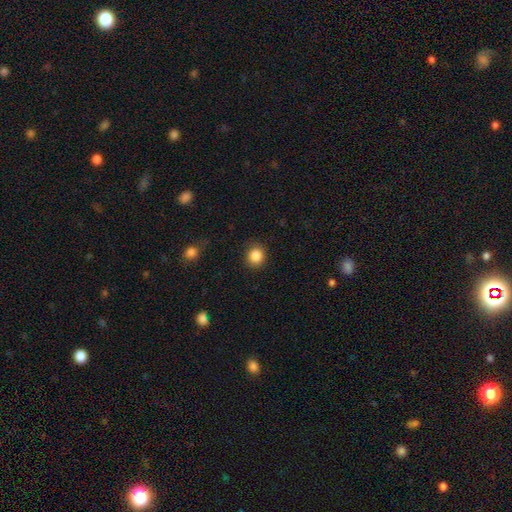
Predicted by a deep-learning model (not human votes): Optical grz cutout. It shows a smooth galaxy with no disk features (86%) that is round (83%). Merging: none (87%).